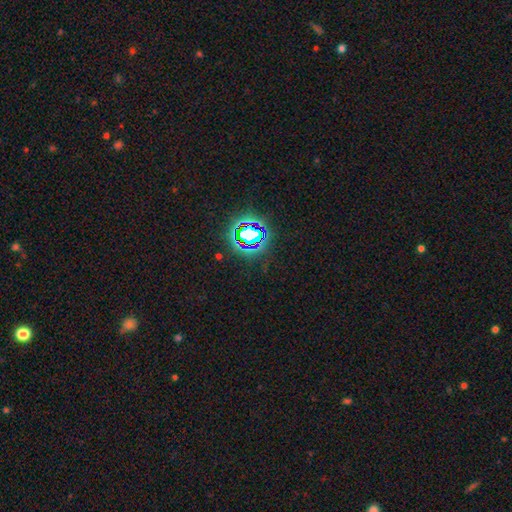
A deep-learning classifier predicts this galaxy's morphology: smooth-or-featured: star or artifact: 80% | smooth: 13% | featured or disk: 7%